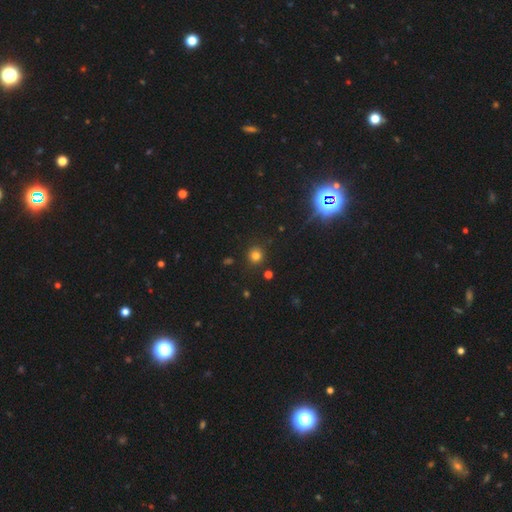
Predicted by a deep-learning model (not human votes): Overall: smooth (77%). How rounded: round (91%). Merging: none (89%).